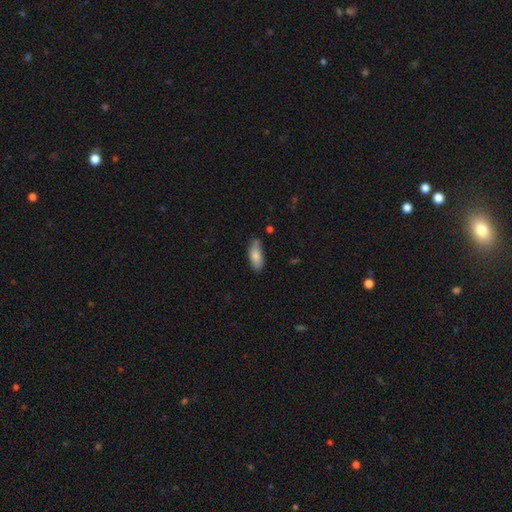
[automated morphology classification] A smooth galaxy with no disk features (80%) that is in between round and cigar-shaped (83%). Merging: none (68%).